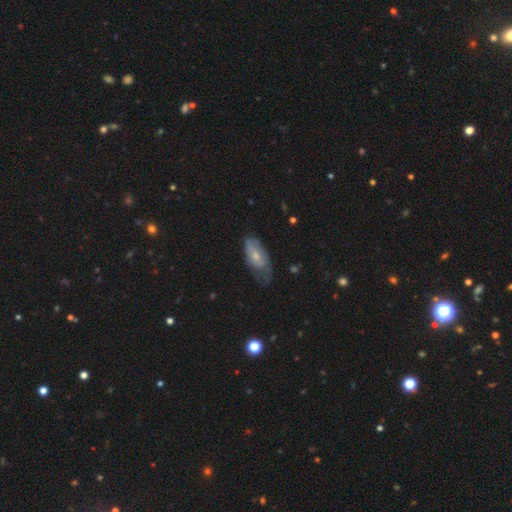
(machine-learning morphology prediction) Overall: smooth (54%; featured or disk 39%). How rounded: in between (87%). Merging: minor disturbance (39%; none 37%).